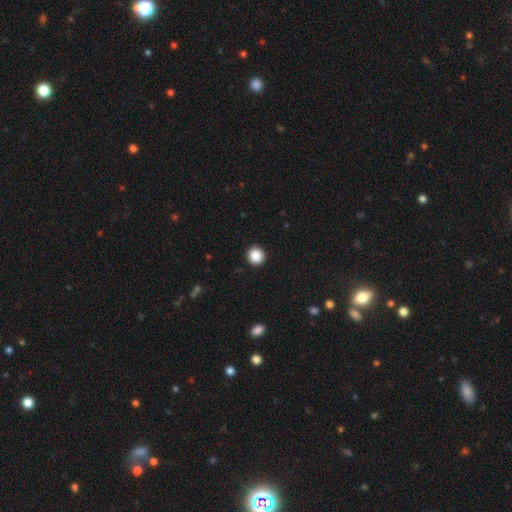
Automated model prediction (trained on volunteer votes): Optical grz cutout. It shows a smooth galaxy with no disk features (88%) that is round (94%). Merging: none (93%).